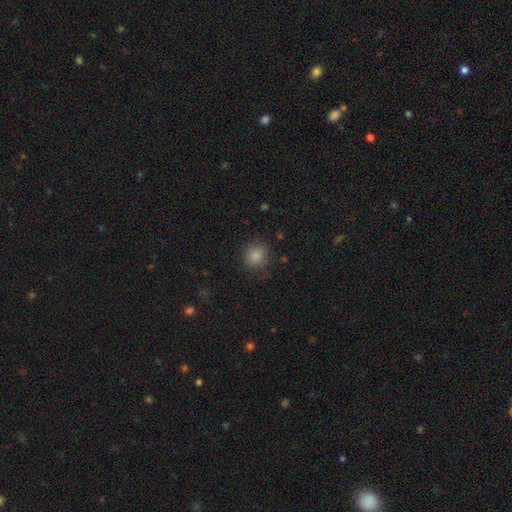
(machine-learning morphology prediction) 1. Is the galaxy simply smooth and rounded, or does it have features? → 85% smooth, 11% star or artifact, 4% featured or disk.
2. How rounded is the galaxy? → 88% round, 12% in between, 1% cigar-shaped.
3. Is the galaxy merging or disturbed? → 85% none, 10% minor disturbance, 3% major disturbance, 1% merger.